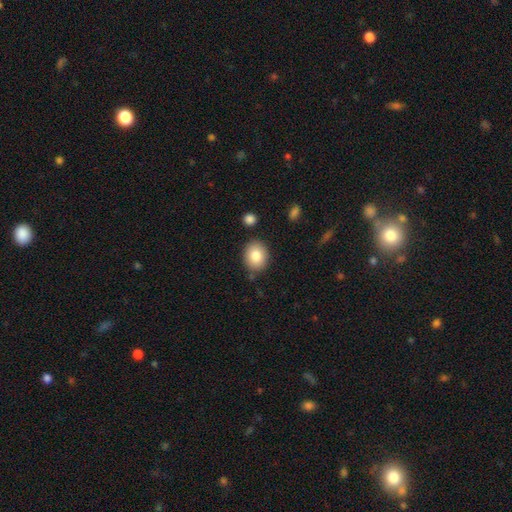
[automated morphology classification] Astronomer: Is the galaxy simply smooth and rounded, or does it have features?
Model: smooth — 83%.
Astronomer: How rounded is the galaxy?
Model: round — 61% (runner-up: in between, 38%).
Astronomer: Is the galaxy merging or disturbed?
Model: none — 82%.